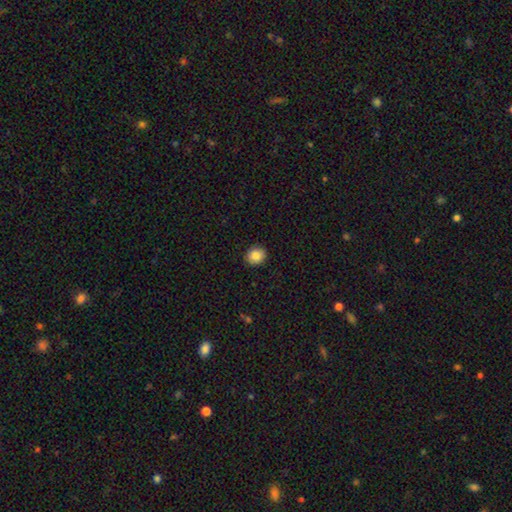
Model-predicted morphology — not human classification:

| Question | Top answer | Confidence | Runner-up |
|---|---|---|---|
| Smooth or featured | smooth | 86% | star or artifact (9%) |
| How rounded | round | 70% | in between (29%) |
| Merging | none | 90% | minor disturbance (7%) |